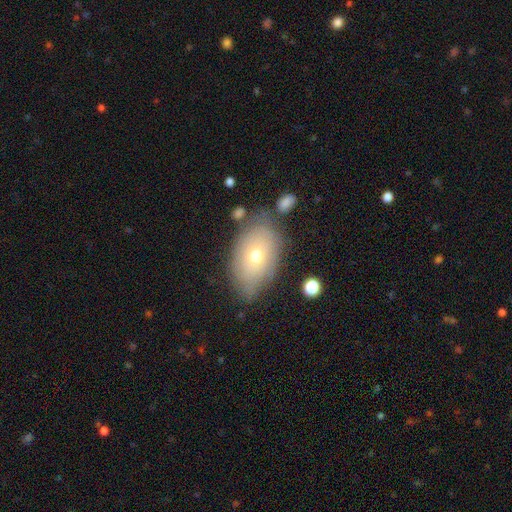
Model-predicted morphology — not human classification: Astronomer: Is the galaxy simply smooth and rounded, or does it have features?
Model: smooth — 60%.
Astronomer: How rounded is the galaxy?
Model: in between — 86%.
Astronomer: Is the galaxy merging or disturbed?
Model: none — 67%.